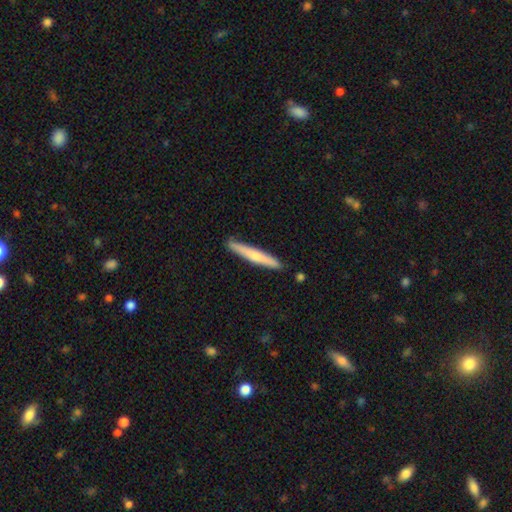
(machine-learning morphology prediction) This is possibly a smooth galaxy (59%). How rounded: clearly cigar-shaped (95%). Merging: clearly none (89%).